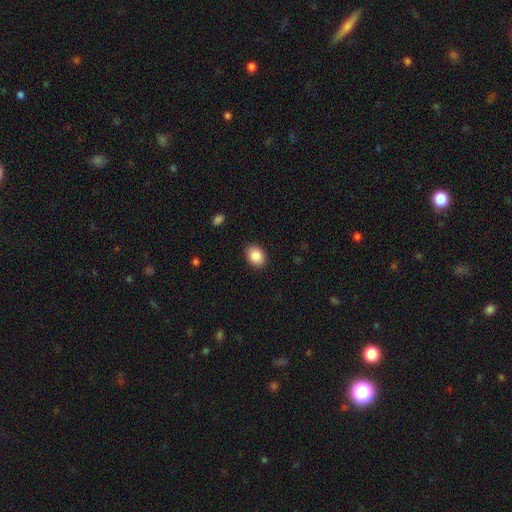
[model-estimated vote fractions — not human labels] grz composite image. It shows a smooth galaxy with no disk features (87%) that is in between round and cigar-shaped (67%). Merging: none (89%).